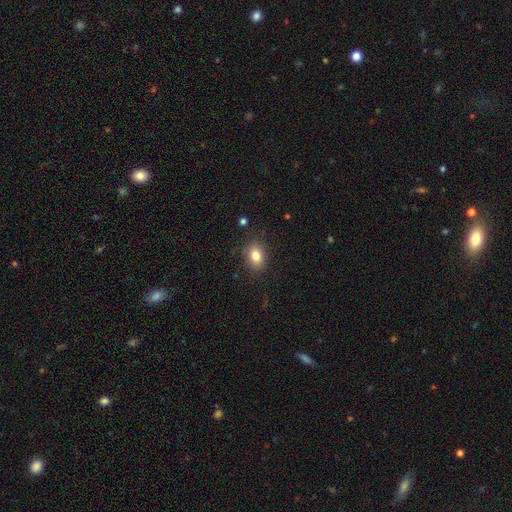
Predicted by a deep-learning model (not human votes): A smooth galaxy with no disk features (82%) that is in between round and cigar-shaped (73%).

Vote fractions:
- Smooth or featured? smooth: 82% / star or artifact: 10% / featured or disk: 8%
- How rounded? in between: 73% / round: 25% / cigar-shaped: 1%
- Merging? none: 84% / minor disturbance: 11% / major disturbance: 3% / merger: 1%